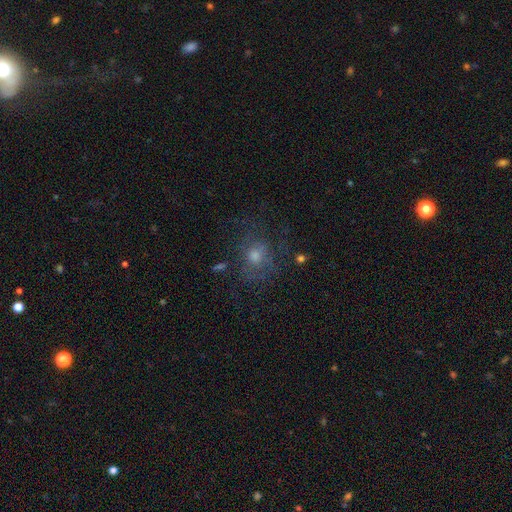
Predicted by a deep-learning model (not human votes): Morphology: type=smooth (52%); roundness=round (69%); merging=none (53%).